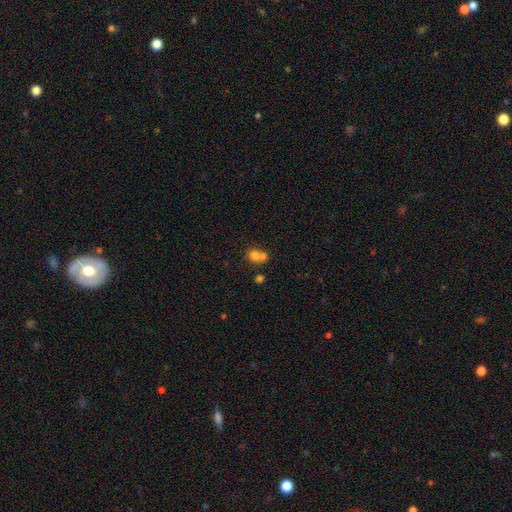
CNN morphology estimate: This is likely a smooth galaxy (75%). How rounded: likely round (70%). Merging: possibly merger (58%).